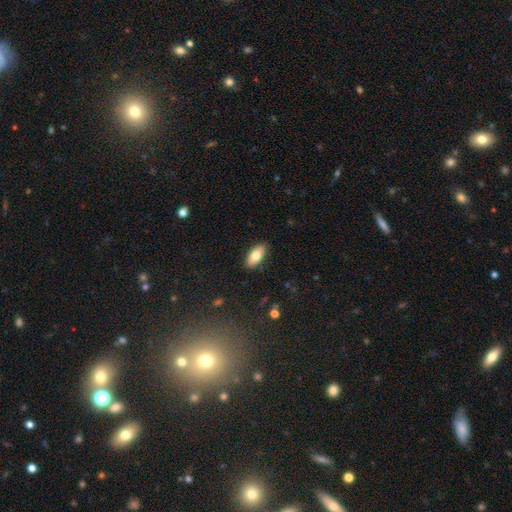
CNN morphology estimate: Overall: smooth (78%). How rounded: in between (89%). Merging: none (88%).